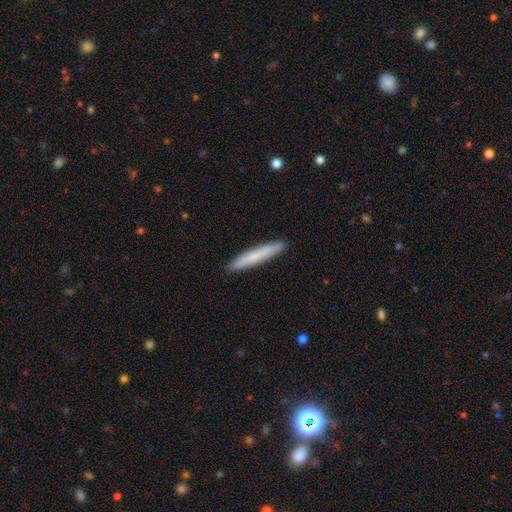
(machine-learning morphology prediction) Smooth or featured?
  - smooth: 74% *
  - featured or disk: 20%
  - star or artifact: 5%
How rounded?
  - cigar-shaped: 95% *
  - in between: 4%
  - round: 1%
Merging?
  - none: 92% *
  - minor disturbance: 6%
  - major disturbance: 1%
  - merger: 1%